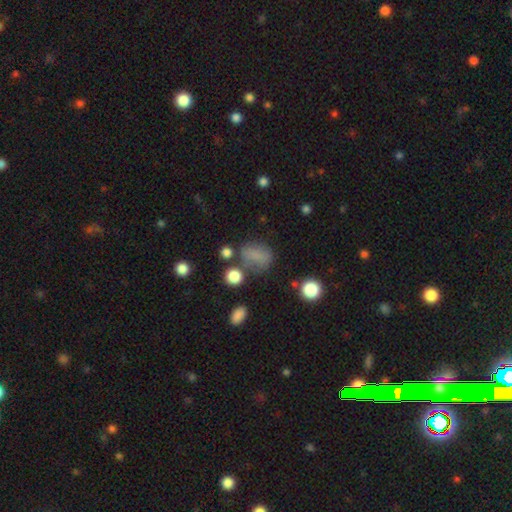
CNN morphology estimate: Q: Smooth or featured?
A: smooth (73%); runner-up: star or artifact (16%)
Q: How rounded?
A: in between (61%); runner-up: round (37%)
Q: Merging?
A: none (54%); runner-up: minor disturbance (24%)